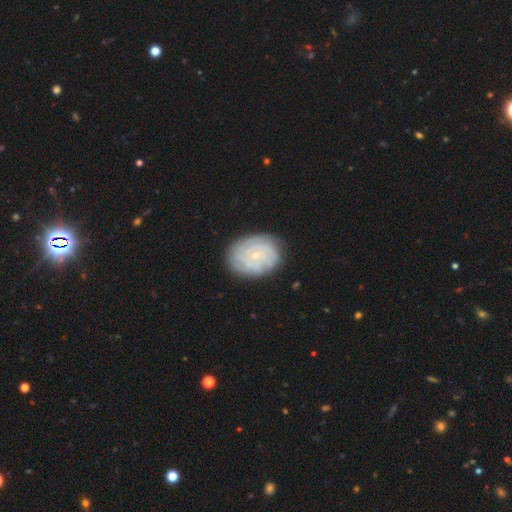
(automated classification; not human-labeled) Smooth or featured? Predicted: featured or disk (p=0.68). Edge-on disk? Predicted: no (p=0.97). Bar? Predicted: no (p=0.82). Spiral arms? Predicted: yes (p=0.86). Spiral winding? Predicted: tight (p=0.79). Spiral arm count? Predicted: can't tell (p=0.49). Bulge size? Predicted: small (p=0.82). Merging? Predicted: none (p=0.81).